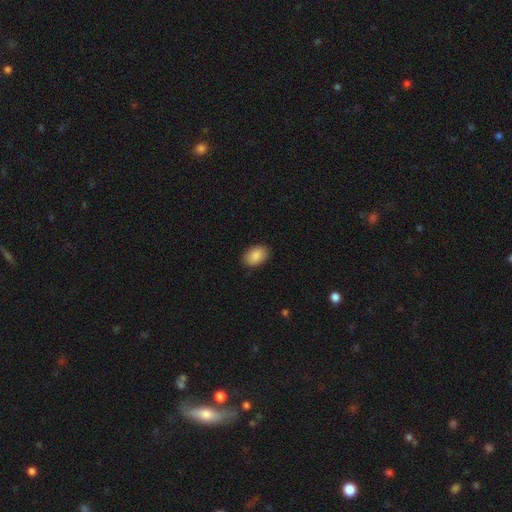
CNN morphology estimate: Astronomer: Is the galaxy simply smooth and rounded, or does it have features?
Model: smooth — 89%.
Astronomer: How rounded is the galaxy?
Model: in between — 86%.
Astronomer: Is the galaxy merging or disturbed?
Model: none — 89%.